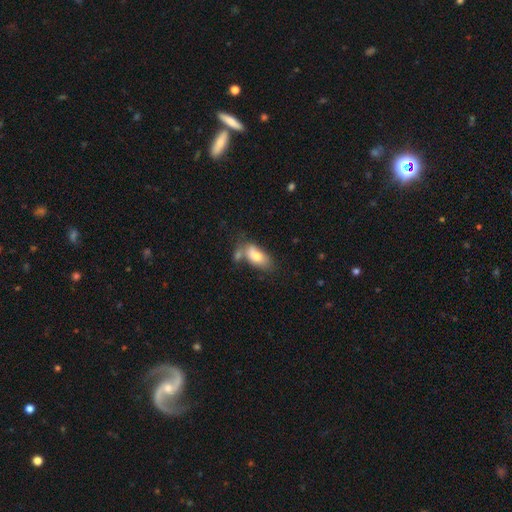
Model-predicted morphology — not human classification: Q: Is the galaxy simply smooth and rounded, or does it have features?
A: smooth — 75%.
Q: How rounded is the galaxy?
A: in between — 89%.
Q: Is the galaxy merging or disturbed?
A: none — 47%.